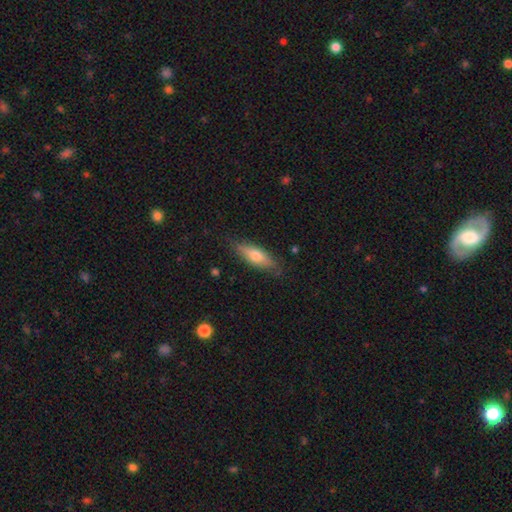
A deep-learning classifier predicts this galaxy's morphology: A smooth galaxy with no disk features (61%) that is in between round and cigar-shaped (52%). Merging: none (81%).